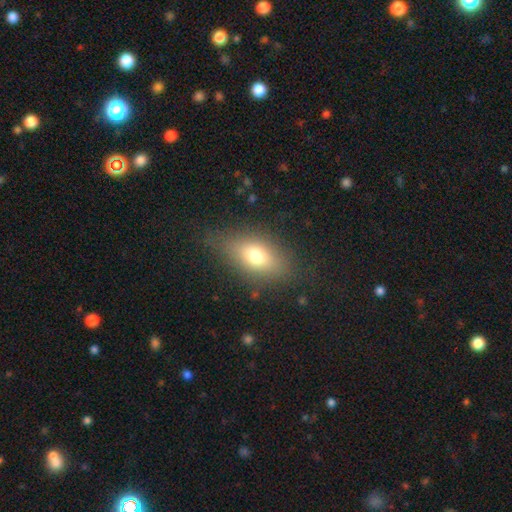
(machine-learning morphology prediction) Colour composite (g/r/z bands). It shows a smooth galaxy with no disk features (71%) that is in between round and cigar-shaped (78%). Merging: none (76%).